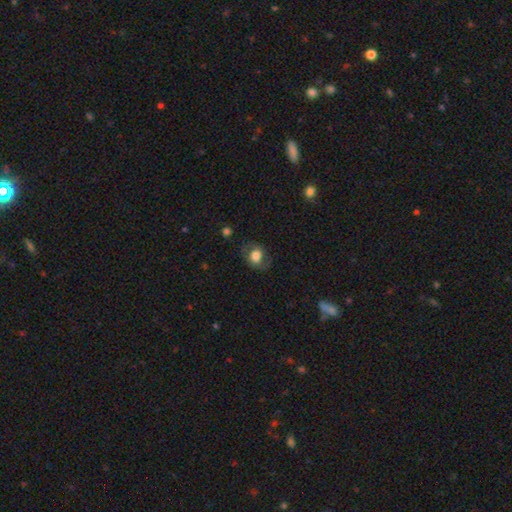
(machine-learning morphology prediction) Q: Smooth or featured?
A: smooth (71%); runner-up: featured or disk (20%)
Q: How rounded?
A: round (54%); runner-up: in between (45%)
Q: Merging?
A: none (71%); runner-up: minor disturbance (18%)